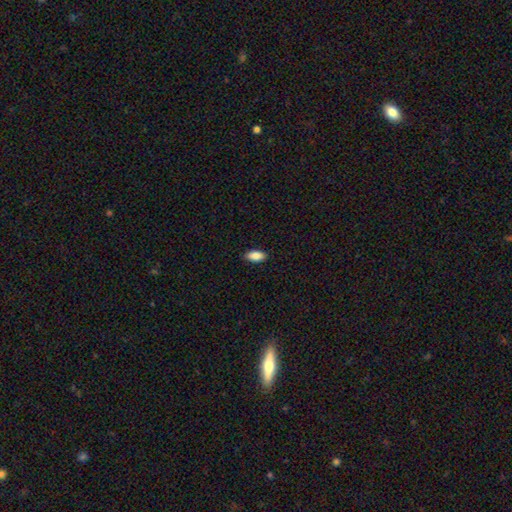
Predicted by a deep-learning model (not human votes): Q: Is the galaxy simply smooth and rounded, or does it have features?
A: smooth — 89%.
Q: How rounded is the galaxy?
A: in between — 92%.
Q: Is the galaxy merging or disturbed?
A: none — 88%.